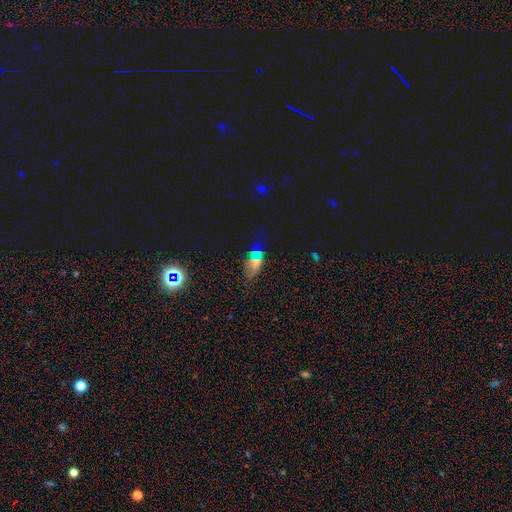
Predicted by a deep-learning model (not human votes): smooth 52%, star or artifact 37%, featured or disk 11%. Down the decision tree: how rounded — in between (84%); merging — none (73%).